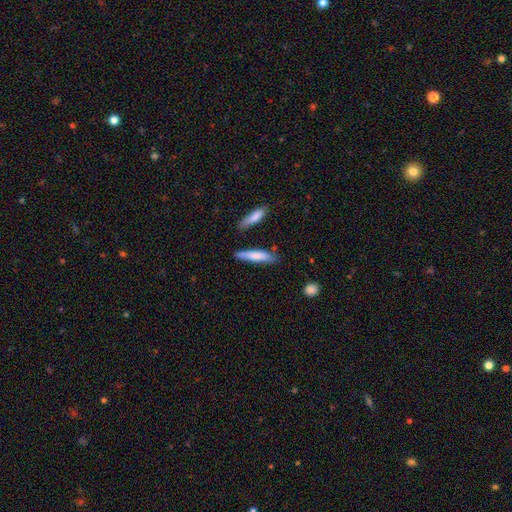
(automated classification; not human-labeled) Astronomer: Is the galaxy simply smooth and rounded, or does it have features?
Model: smooth — 76%.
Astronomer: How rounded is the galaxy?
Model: cigar-shaped — 82%.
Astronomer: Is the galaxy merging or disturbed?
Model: none — 78%.